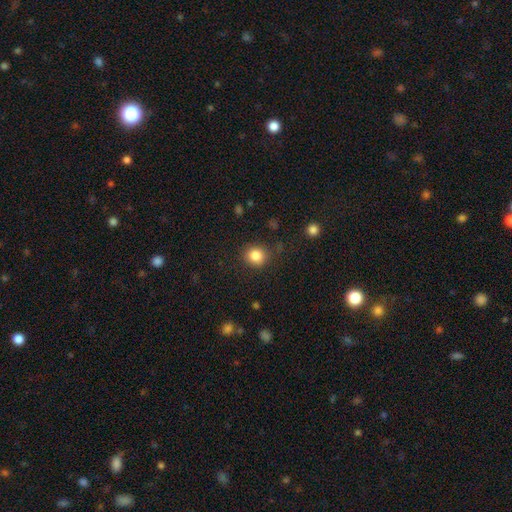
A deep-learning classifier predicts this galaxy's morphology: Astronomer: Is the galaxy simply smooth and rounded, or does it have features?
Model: smooth — 84%.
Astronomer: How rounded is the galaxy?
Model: round — 82%.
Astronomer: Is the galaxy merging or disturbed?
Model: none — 84%.